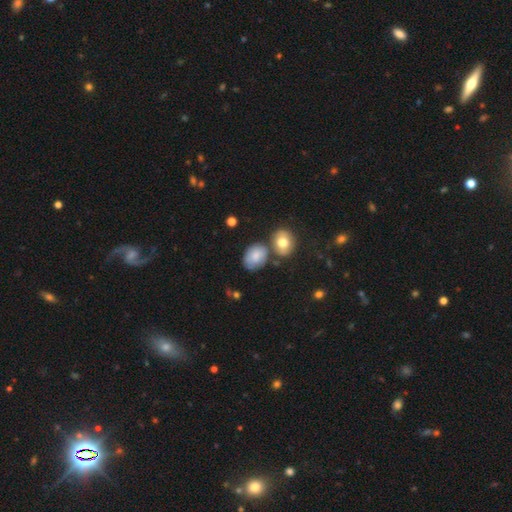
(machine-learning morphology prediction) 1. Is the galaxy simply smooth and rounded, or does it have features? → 76% smooth, 16% featured or disk, 8% star or artifact.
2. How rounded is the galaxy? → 68% in between, 31% round, 1% cigar-shaped.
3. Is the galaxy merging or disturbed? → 55% none, 22% minor disturbance, 16% merger, 7% major disturbance.